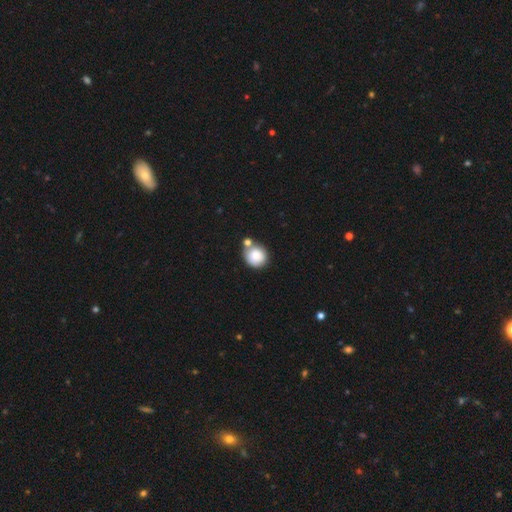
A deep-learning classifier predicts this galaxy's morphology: Smooth or featured?
  - smooth: 85% *
  - star or artifact: 8%
  - featured or disk: 7%
How rounded?
  - round: 88% *
  - in between: 11%
  - cigar-shaped: 1%
Merging?
  - none: 56% *
  - merger: 27%
  - minor disturbance: 12%
  - major disturbance: 4%